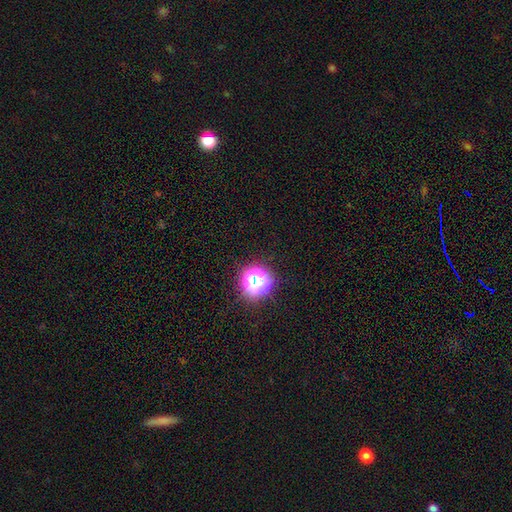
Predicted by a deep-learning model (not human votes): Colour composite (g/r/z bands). It shows a star or artifact, not a galaxy (64%).